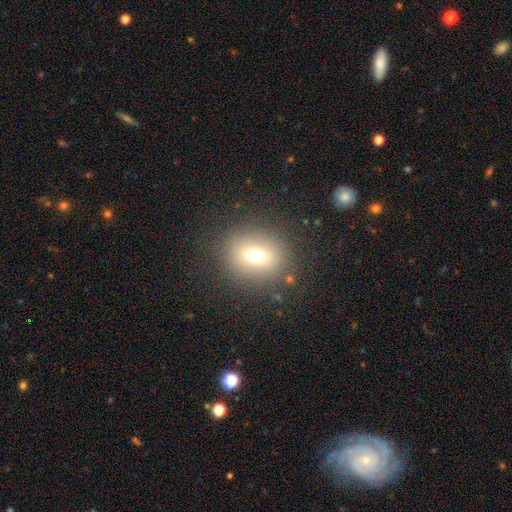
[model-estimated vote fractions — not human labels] Smooth or featured? smooth (68%)
How rounded? round (68%)
Merging? none (84%)